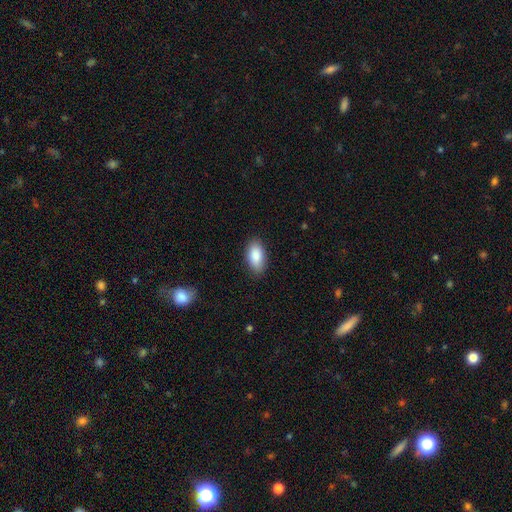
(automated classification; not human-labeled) smooth_or_featured: smooth (p=0.87) [alt: featured or disk p=0.07]
how_rounded: in between (p=0.93) [alt: cigar-shaped p=0.04]
merging: none (p=0.87) [alt: minor disturbance p=0.10]